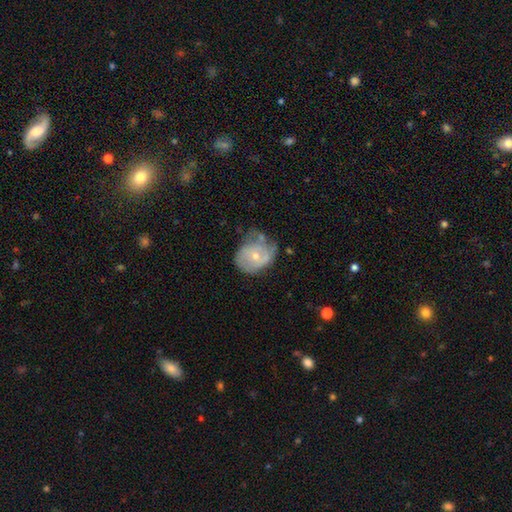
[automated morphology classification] Smooth or featured?
  - featured or disk: 51% *
  - smooth: 41%
  - star or artifact: 8%
Edge-on disk?
  - no: 97% *
  - yes: 3%
Merging?
  - minor disturbance: 37% *
  - none: 35%
  - major disturbance: 22%
  - merger: 7%